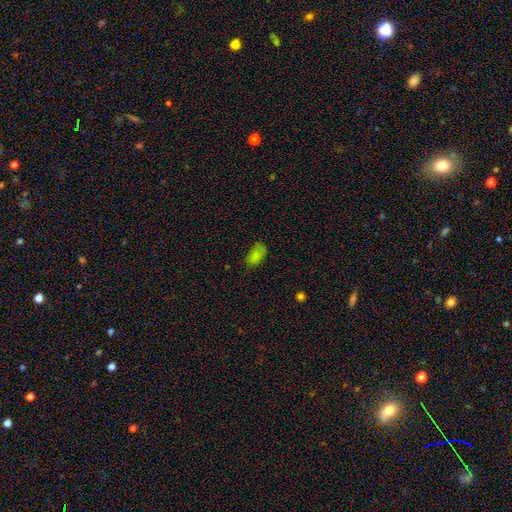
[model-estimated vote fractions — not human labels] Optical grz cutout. It shows a smooth galaxy with no disk features (79%) that is in between round and cigar-shaped (91%). Merging: none (59%).